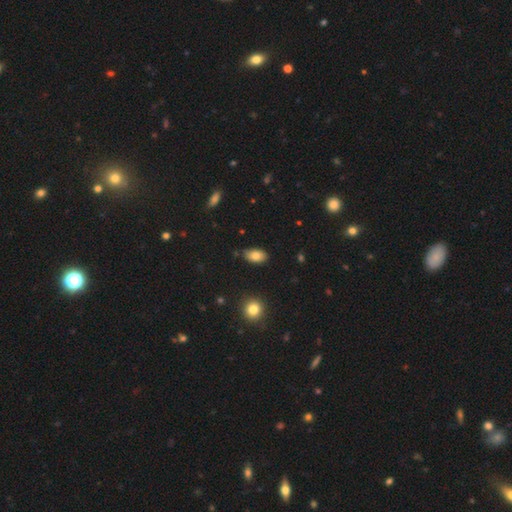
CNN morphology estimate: Smooth or featured? Predicted: smooth (p=0.82). How rounded? Predicted: in between (p=0.92). Merging? Predicted: none (p=0.78).